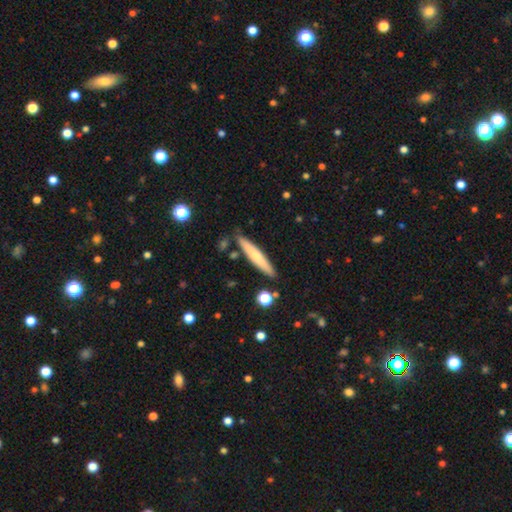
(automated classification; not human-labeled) This appears to be a smooth galaxy with no disk features (61%) that is cigar-shaped (92%). Merging: none (85%).